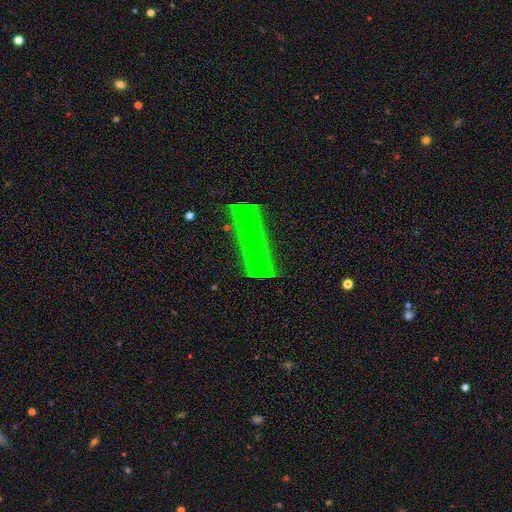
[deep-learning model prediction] Overall: featured or disk (43%; star or artifact 30%). Merging: none (55%; minor disturbance 19%).